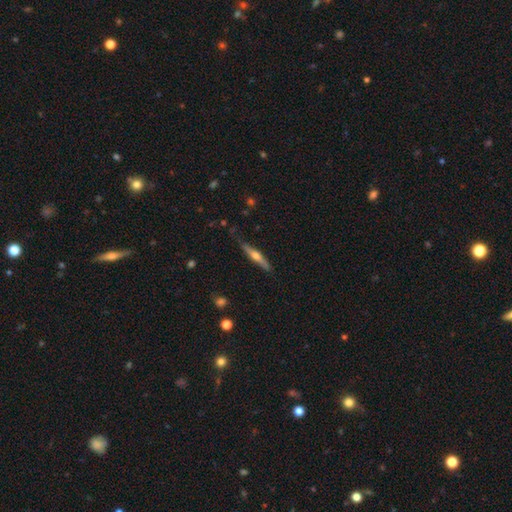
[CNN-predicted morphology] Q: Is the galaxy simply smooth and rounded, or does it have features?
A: featured or disk — 55%.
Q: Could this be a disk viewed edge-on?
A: yes — 94%.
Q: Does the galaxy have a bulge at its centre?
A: rounded — 88%.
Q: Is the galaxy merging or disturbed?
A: none — 81%.